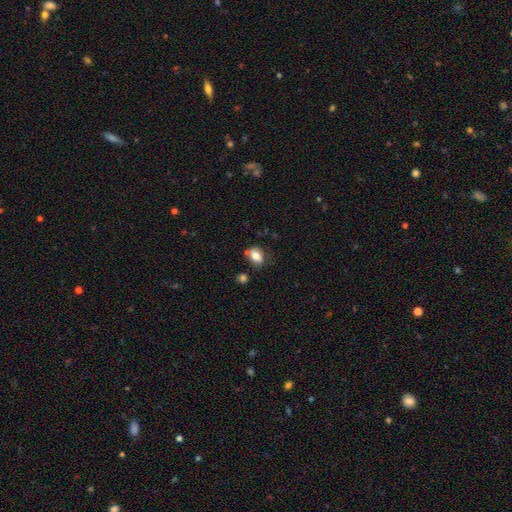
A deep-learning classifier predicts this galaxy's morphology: smooth_or_featured: smooth (p=0.79) [alt: featured or disk p=0.12]
how_rounded: in between (p=0.63) [alt: round p=0.36]
merging: none (p=0.67) [alt: minor disturbance p=0.19]